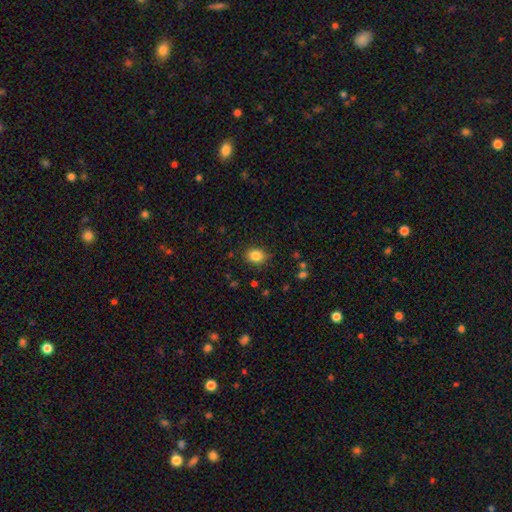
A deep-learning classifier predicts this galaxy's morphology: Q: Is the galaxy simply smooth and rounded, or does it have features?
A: smooth — 84%.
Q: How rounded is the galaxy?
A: round — 59%.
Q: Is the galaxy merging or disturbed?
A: none — 85%.